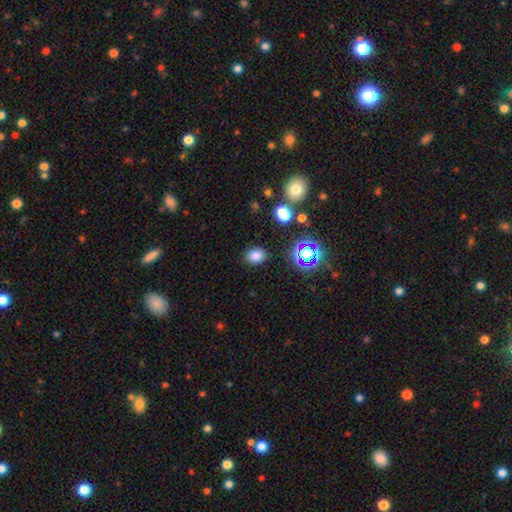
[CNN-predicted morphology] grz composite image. It shows a smooth galaxy with no disk features (77%) that is in between round and cigar-shaped (58%). Merging: none (86%).